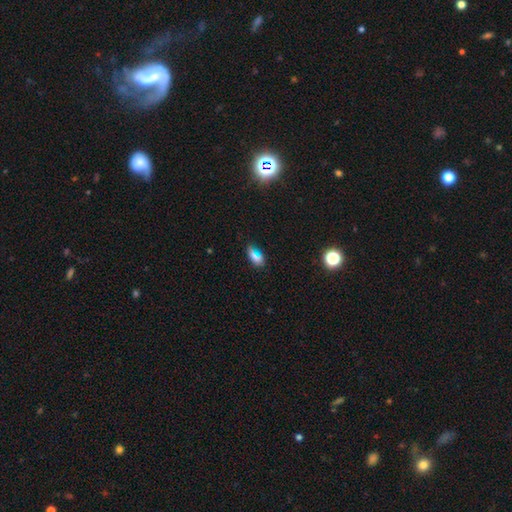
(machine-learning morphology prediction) This appears to be a smooth galaxy with no disk features (65%) that is in between round and cigar-shaped (79%). Merging: none (57%).